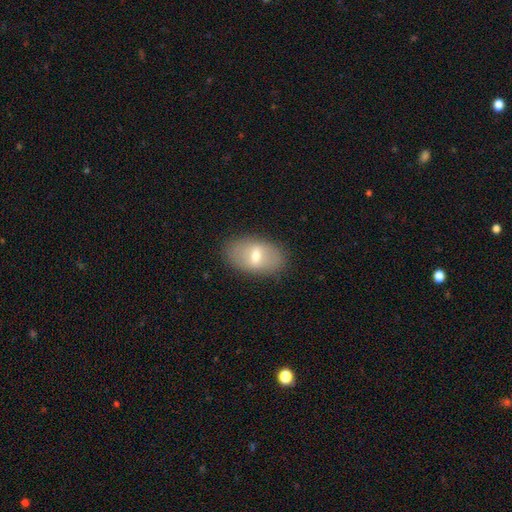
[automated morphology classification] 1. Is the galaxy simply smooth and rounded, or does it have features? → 51% smooth, 41% featured or disk, 8% star or artifact.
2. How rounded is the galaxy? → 89% in between, 8% round, 3% cigar-shaped.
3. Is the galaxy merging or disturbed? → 85% none, 11% minor disturbance, 3% major disturbance, 1% merger.